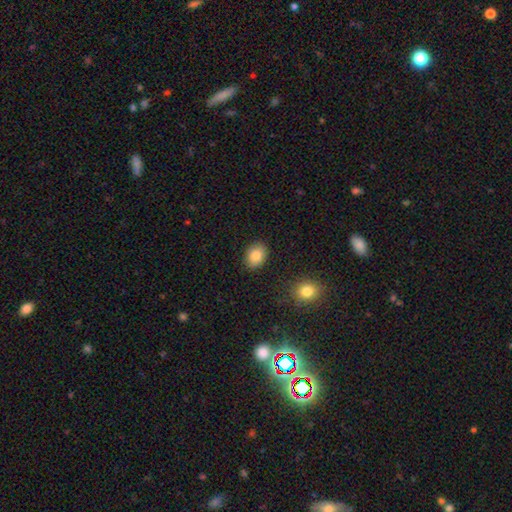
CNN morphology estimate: This appears to be a smooth galaxy with no disk features (86%) that is in between round and cigar-shaped (68%). Merging: none (88%).